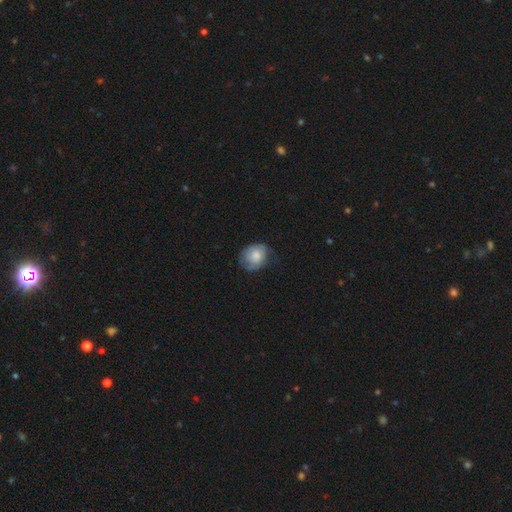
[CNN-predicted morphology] The model was most divided on "how rounded": round: 57%, in between: 42%, cigar-shaped: 1%. More confident: smooth or featured — smooth (66%); merging — none (55%).